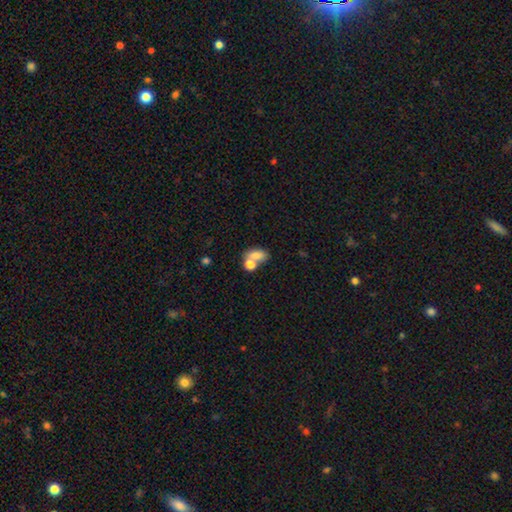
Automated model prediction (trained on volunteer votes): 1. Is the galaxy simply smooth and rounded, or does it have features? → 76% smooth, 14% featured or disk, 11% star or artifact.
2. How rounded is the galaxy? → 77% in between, 20% round, 3% cigar-shaped.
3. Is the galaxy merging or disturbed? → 51% merger, 33% none, 10% minor disturbance, 7% major disturbance.